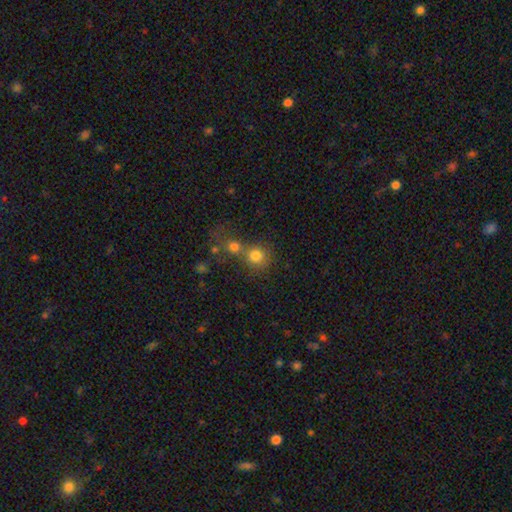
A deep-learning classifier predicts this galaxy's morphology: This is likely a smooth galaxy (78%). How rounded: clearly round (88%). Merging: possibly none (46%).